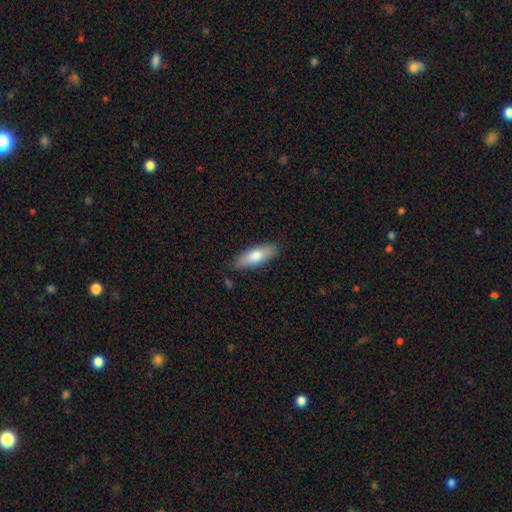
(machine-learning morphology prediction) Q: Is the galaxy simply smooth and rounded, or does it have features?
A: smooth — 78%.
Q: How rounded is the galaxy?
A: in between — 68%.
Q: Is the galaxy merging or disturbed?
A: none — 84%.